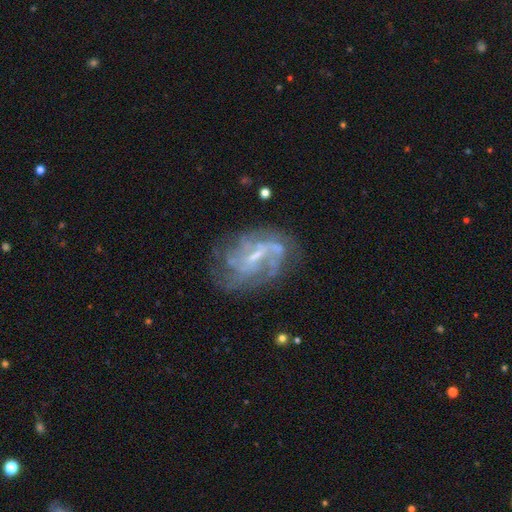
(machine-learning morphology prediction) A featured or disk galaxy (80%) with a weak bar (52%), medium (40%) spiral arms (82%) and a small central bulge (55%). Merging: none (56%).